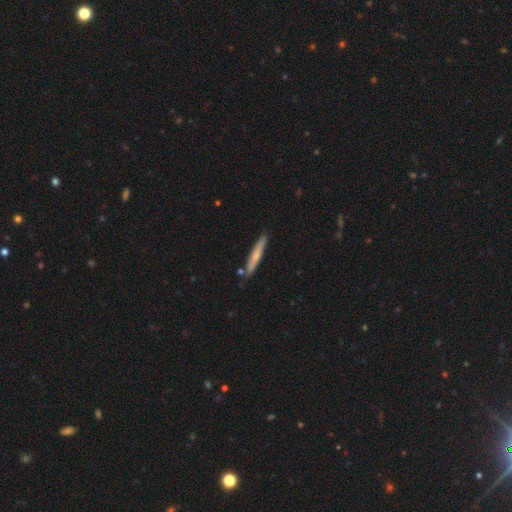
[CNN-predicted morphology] Smooth or featured? Predicted: smooth (p=0.60). How rounded? Predicted: cigar-shaped (p=0.94). Merging? Predicted: none (p=0.83).